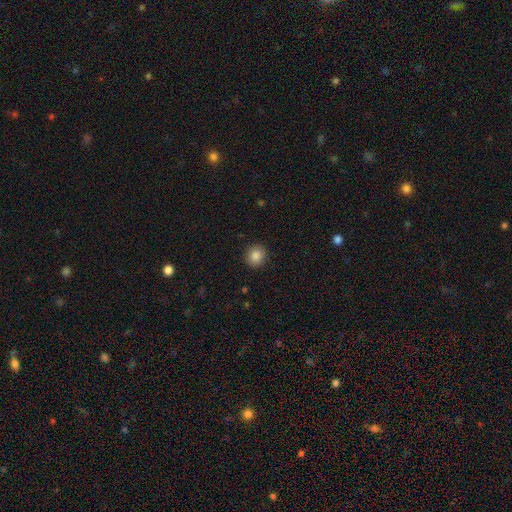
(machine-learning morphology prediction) Smooth or featured?
  - smooth: 86% *
  - star or artifact: 10%
  - featured or disk: 4%
How rounded?
  - round: 86% *
  - in between: 13%
  - cigar-shaped: 1%
Merging?
  - none: 91% *
  - minor disturbance: 6%
  - major disturbance: 2%
  - merger: 1%